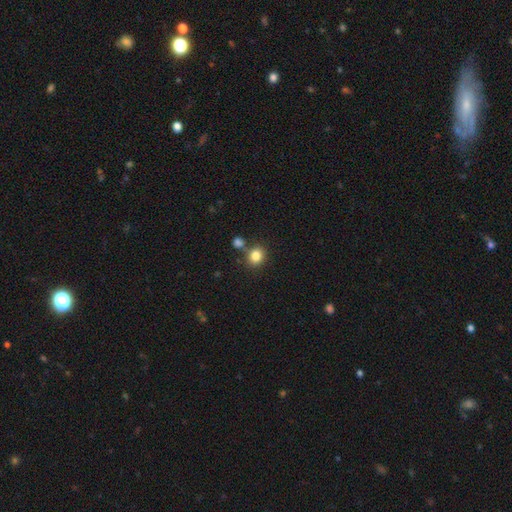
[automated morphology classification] Smooth or featured?
  - smooth: 83% *
  - star or artifact: 11%
  - featured or disk: 6%
How rounded?
  - round: 67% *
  - in between: 32%
  - cigar-shaped: 1%
Merging?
  - none: 69% *
  - merger: 17%
  - minor disturbance: 11%
  - major disturbance: 3%